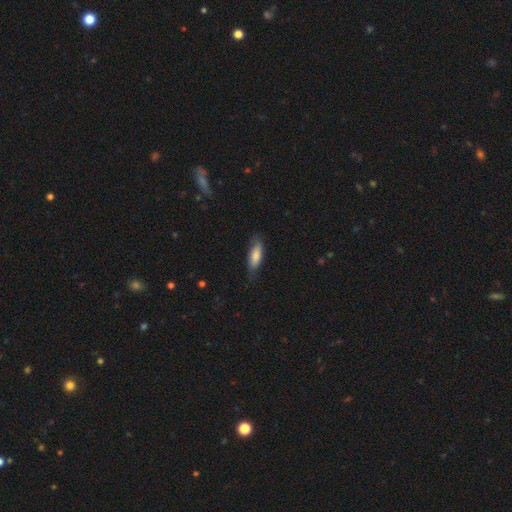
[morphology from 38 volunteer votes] Smooth or featured? 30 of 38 (79%) said smooth. How rounded? 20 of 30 (67%) said cigar-shaped. Merging? 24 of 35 (69%) said none.